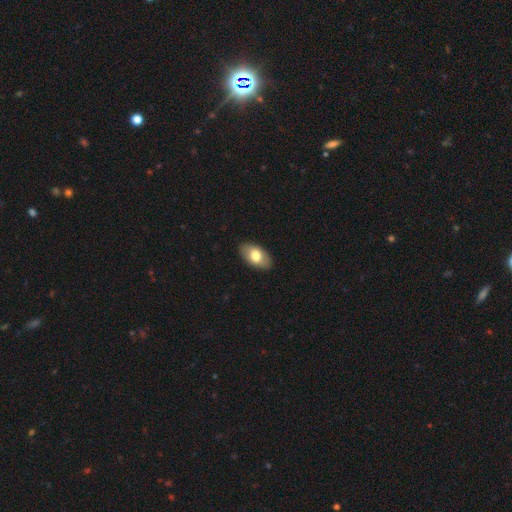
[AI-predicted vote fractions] This is likely a smooth galaxy (73%). How rounded: clearly in between (94%). Merging: clearly none (88%).